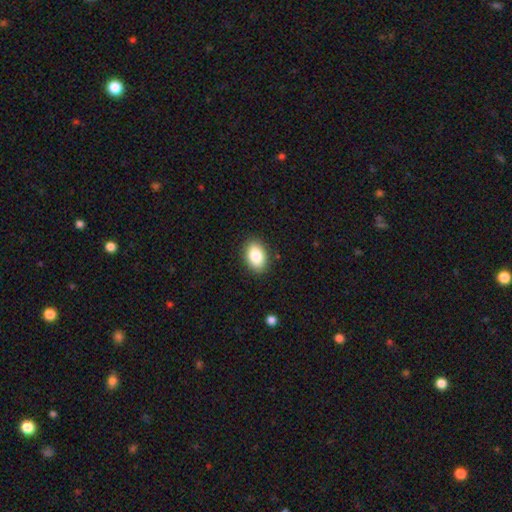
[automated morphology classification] smooth 85%, star or artifact 8%, featured or disk 7%. Down the decision tree: how rounded — in between (86%); merging — none (88%).